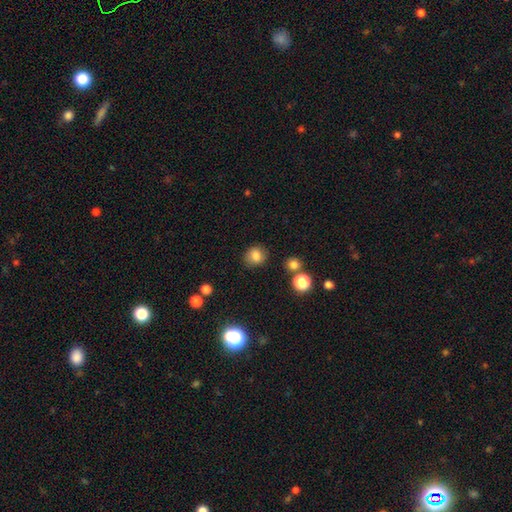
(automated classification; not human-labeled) smooth_or_featured: smooth (p=0.82) [alt: star or artifact p=0.12]
how_rounded: round (p=0.77) [alt: in between p=0.22]
merging: none (p=0.84) [alt: minor disturbance p=0.10]